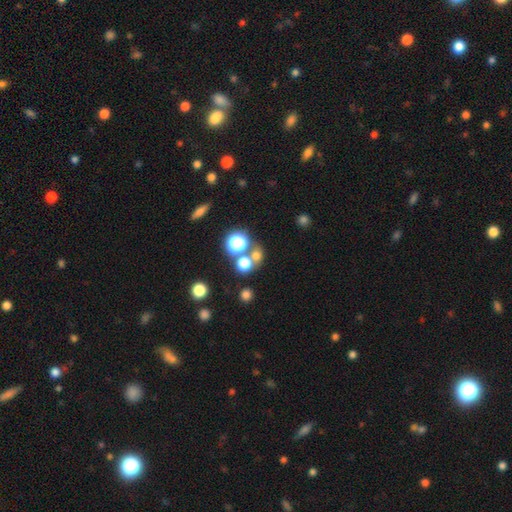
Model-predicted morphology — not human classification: A smooth galaxy with no disk features (64%) that is round (80%). Merging: none (57%).